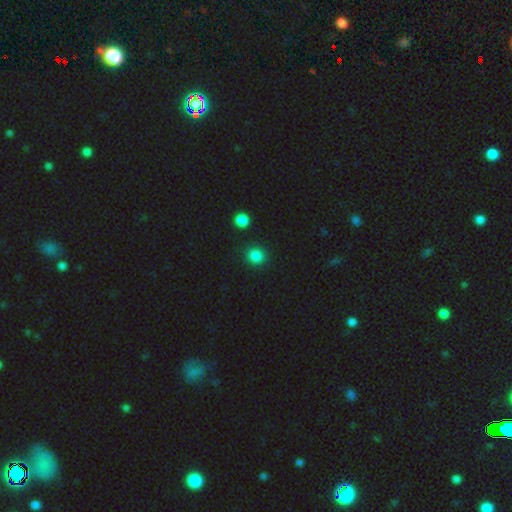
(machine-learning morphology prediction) Smooth or featured?
  - smooth: 84% *
  - star or artifact: 13%
  - featured or disk: 3%
How rounded?
  - round: 90% *
  - in between: 9%
  - cigar-shaped: 1%
Merging?
  - none: 89% *
  - minor disturbance: 6%
  - merger: 2%
  - major disturbance: 2%